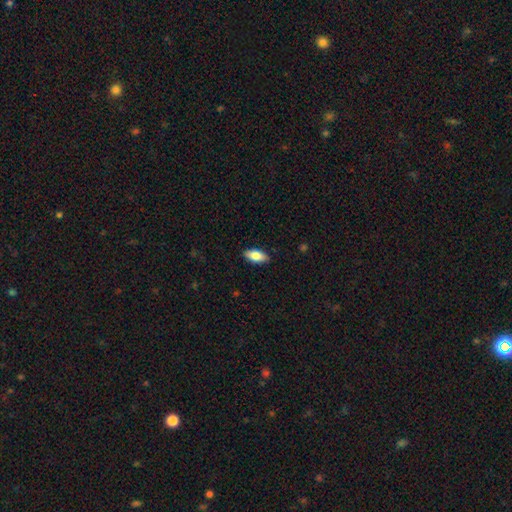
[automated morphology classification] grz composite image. It shows a smooth galaxy with no disk features (80%) that is in between round and cigar-shaped (87%). Merging: none (88%).